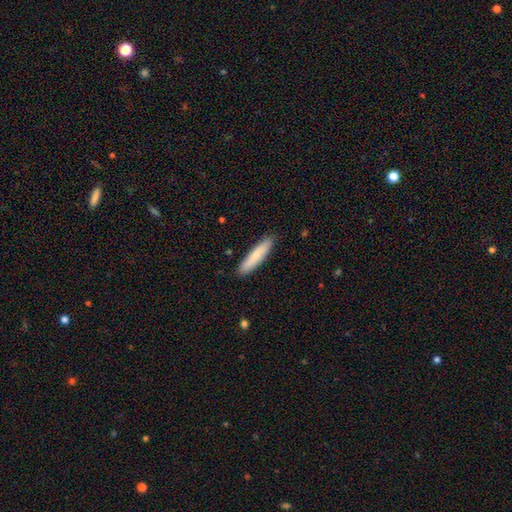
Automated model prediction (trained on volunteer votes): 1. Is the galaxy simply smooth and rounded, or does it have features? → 80% smooth, 14% featured or disk, 6% star or artifact.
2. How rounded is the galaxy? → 85% cigar-shaped, 13% in between, 1% round.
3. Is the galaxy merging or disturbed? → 89% none, 9% minor disturbance, 2% major disturbance, 1% merger.